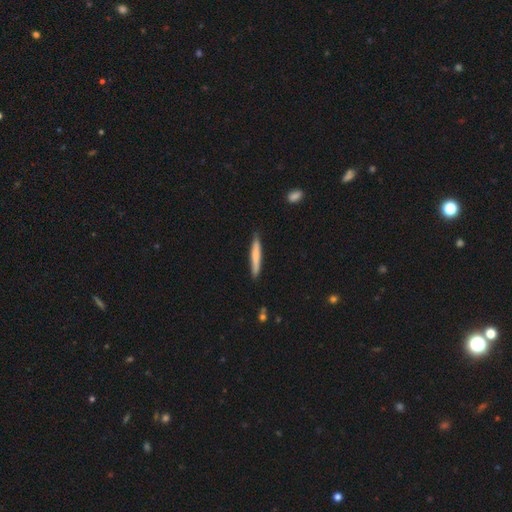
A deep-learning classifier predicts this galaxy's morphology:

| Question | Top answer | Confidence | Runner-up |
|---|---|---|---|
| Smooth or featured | smooth | 69% | featured or disk (26%) |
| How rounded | cigar-shaped | 95% | in between (4%) |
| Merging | none | 87% | minor disturbance (10%) |